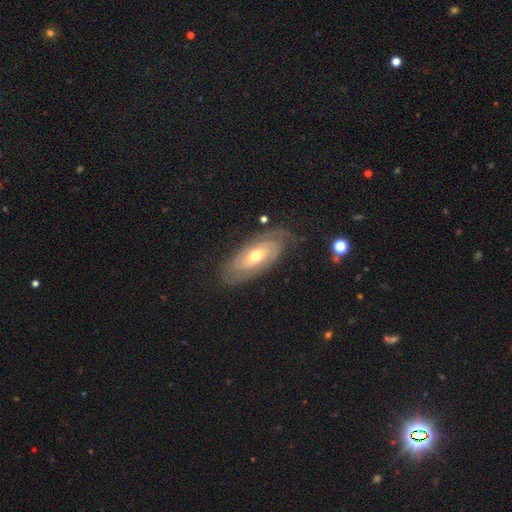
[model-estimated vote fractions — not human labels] The model was most divided on "spiral arm count": can't tell: 41%, 2: 39%, 3: 8%, 1: 5%, 4: 4%, more than 4: 3%. More confident: edge-on disk — no (90%); spiral arms — yes (86%); smooth or featured — featured or disk (78%); spiral winding — tight (74%); merging — none (74%); bulge size — moderate (71%); bar — no (68%).